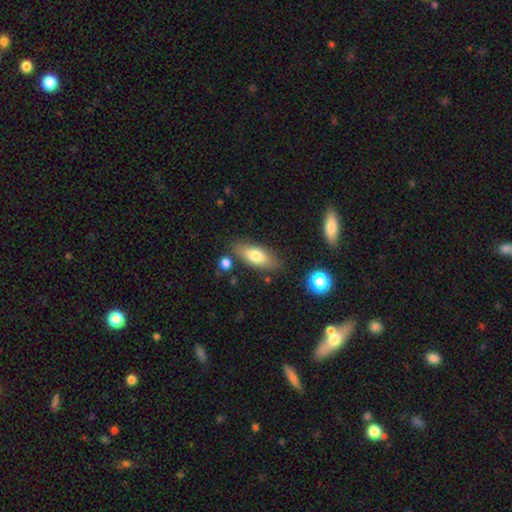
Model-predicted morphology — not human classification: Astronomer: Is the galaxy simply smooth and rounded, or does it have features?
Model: smooth — 74%.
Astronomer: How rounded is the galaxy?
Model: in between — 77%.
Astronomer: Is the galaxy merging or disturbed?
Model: none — 78%.